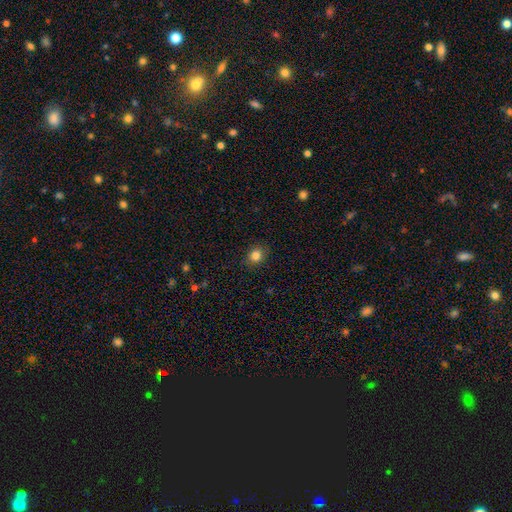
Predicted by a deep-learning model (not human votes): Overall: smooth (84%). How rounded: round (70%). Merging: none (89%).